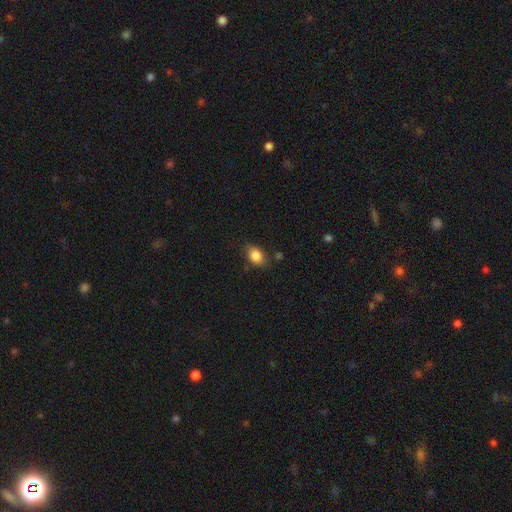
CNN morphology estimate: smooth-or-featured: smooth: 85% | star or artifact: 8% | featured or disk: 7%
  how-rounded: in between: 76% | round: 22% | cigar-shaped: 2%
  merging: none: 74% | minor disturbance: 19% | major disturbance: 4% | merger: 3%